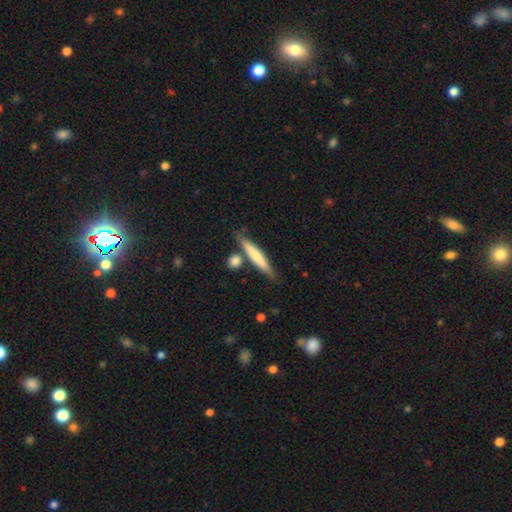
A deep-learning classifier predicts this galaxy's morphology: Q: Smooth or featured?
A: smooth (61%); runner-up: featured or disk (33%)
Q: How rounded?
A: cigar-shaped (91%); runner-up: in between (7%)
Q: Merging?
A: none (74%); runner-up: minor disturbance (12%)